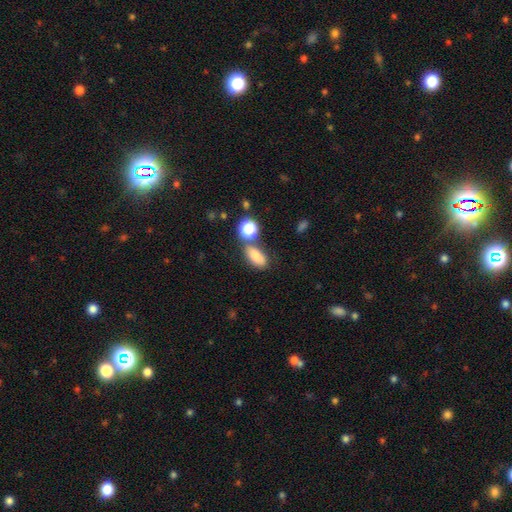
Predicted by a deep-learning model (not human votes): This appears to be a smooth galaxy with no disk features (80%) that is in between round and cigar-shaped (83%). Merging: none (57%).